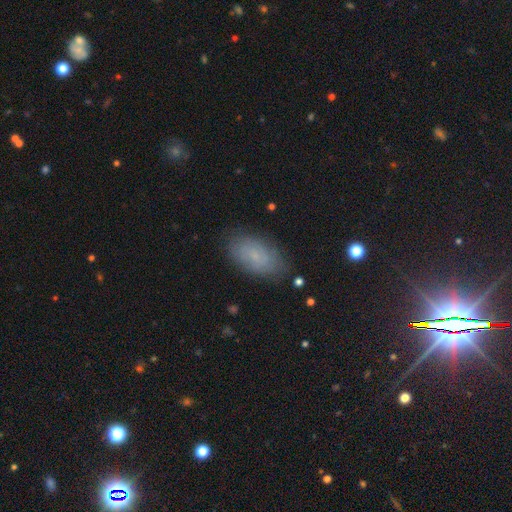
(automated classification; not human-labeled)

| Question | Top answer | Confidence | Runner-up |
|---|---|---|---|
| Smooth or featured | smooth | 69% | featured or disk (19%) |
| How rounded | in between | 93% | round (4%) |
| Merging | none | 80% | minor disturbance (14%) |